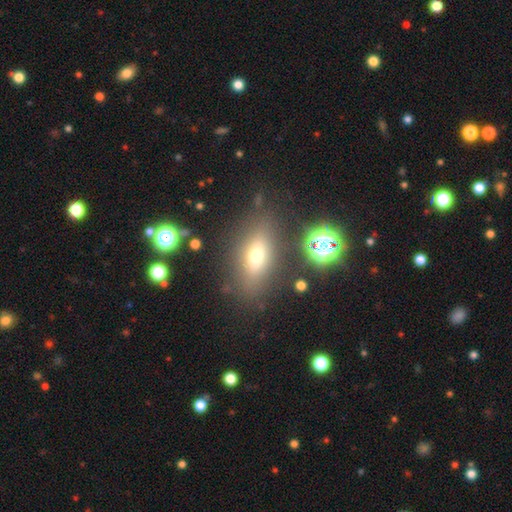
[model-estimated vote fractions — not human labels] Smooth or featured?
  - smooth: 62% *
  - featured or disk: 22%
  - star or artifact: 17%
How rounded?
  - in between: 73% *
  - cigar-shaped: 17%
  - round: 9%
Merging?
  - none: 79% *
  - minor disturbance: 12%
  - major disturbance: 5%
  - merger: 4%